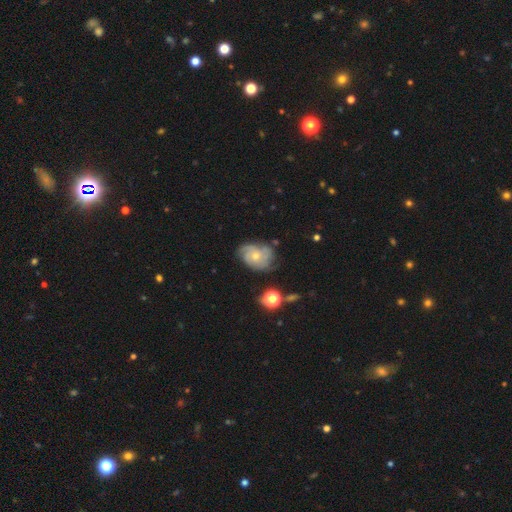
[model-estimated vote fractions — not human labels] smooth-or-featured: featured or disk: 72% | smooth: 20% | star or artifact: 8%
  disk-edge-on: no: 97% | yes: 3%
    bar: no: 78% | weak: 19% | strong: 3%
    has-spiral-arms: yes: 90% | no: 10%
      spiral-winding: tight: 50% | medium: 37% | loose: 13%
      spiral-arm-count: 3: 34% | can't tell: 29% | 2: 16% | 4: 12% | 1: 5% | more than 4: 5%
    bulge-size: small: 53% | moderate: 43% | none: 2% | large: 1% | dominant: 1%
  merging: none: 60% | minor disturbance: 27% | major disturbance: 10% | merger: 3%